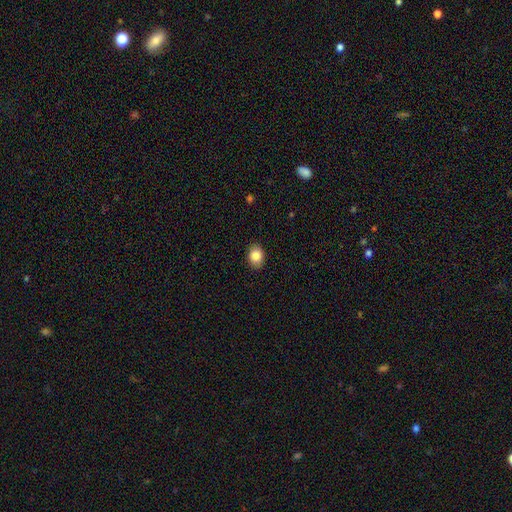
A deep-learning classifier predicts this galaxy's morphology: A smooth galaxy with no disk features (86%) that is in between round and cigar-shaped (71%). Merging: none (89%).